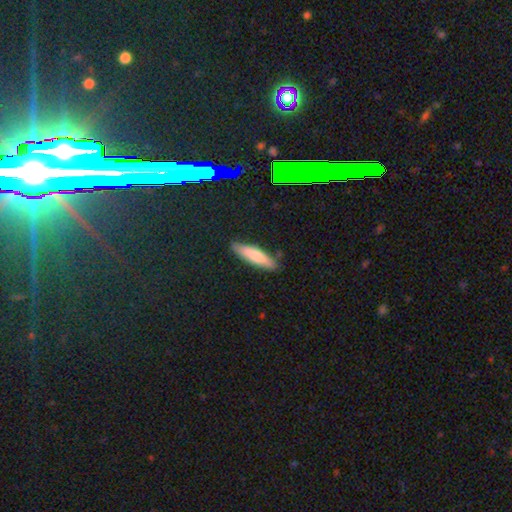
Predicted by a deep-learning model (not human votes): A smooth galaxy with no disk features (72%) that is cigar-shaped (74%).

Vote fractions:
- Smooth or featured? smooth: 72% / featured or disk: 21% / star or artifact: 7%
- How rounded? cigar-shaped: 74% / in between: 24% / round: 2%
- Merging? none: 84% / minor disturbance: 12% / major disturbance: 2% / merger: 2%